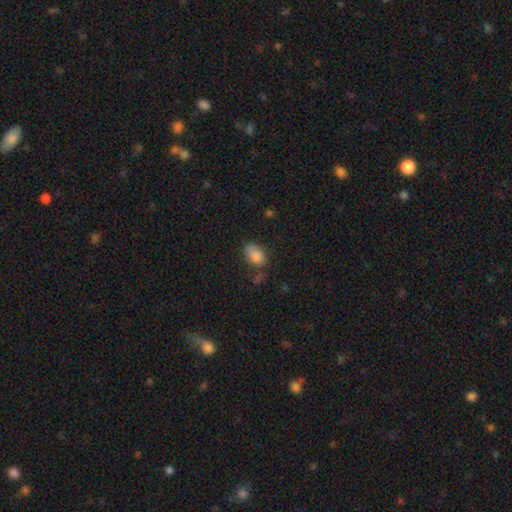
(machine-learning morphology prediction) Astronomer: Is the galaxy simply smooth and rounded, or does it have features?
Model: smooth — 85%.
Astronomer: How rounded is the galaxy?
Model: in between — 86%.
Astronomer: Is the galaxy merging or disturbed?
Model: none — 57%.